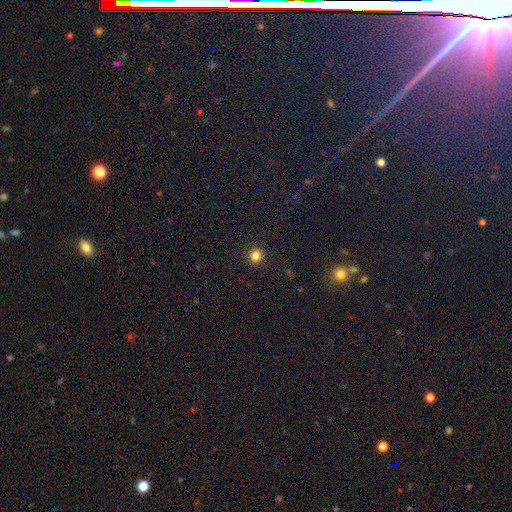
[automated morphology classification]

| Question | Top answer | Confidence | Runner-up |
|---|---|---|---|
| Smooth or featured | smooth | 82% | star or artifact (13%) |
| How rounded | round | 93% | in between (6%) |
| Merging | none | 92% | minor disturbance (5%) |